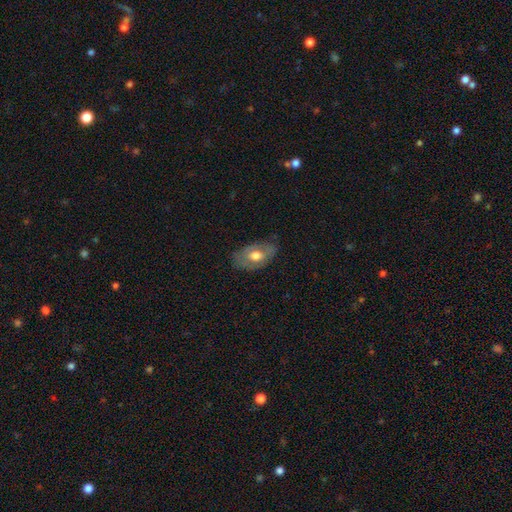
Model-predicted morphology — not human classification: Q: Smooth or featured?
A: smooth (51%); runner-up: featured or disk (43%)
Q: How rounded?
A: in between (88%); runner-up: round (10%)
Q: Merging?
A: none (72%); runner-up: minor disturbance (21%)